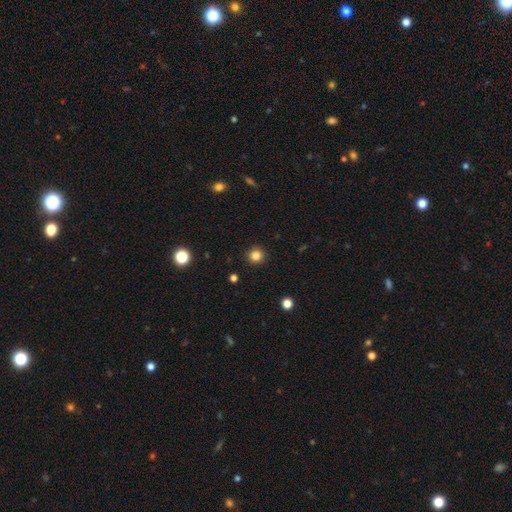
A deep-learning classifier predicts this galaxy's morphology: Overall: smooth (84%). How rounded: round (94%). Merging: none (92%).